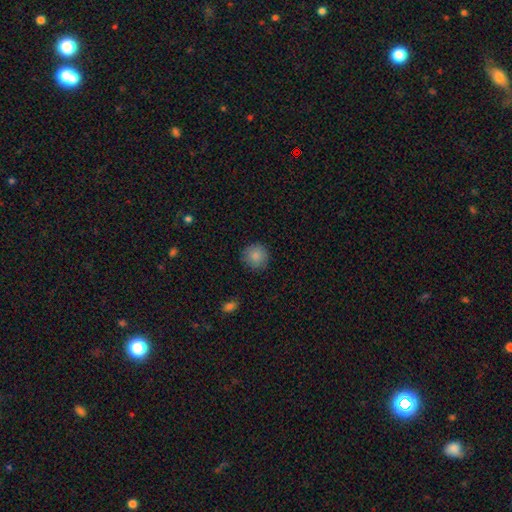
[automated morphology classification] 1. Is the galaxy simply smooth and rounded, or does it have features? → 87% smooth, 9% star or artifact, 5% featured or disk.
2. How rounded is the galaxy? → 94% round, 6% in between, 1% cigar-shaped.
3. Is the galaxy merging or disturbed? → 88% none, 9% minor disturbance, 2% major disturbance, 1% merger.